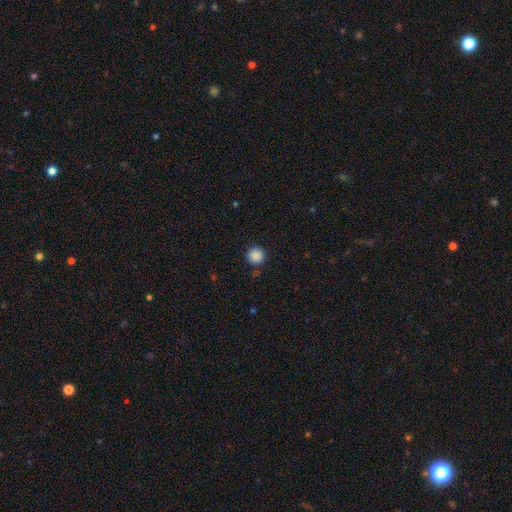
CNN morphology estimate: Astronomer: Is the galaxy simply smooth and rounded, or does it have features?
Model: smooth — 88%.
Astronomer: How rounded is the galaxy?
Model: round — 95%.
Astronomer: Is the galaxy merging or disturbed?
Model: none — 90%.